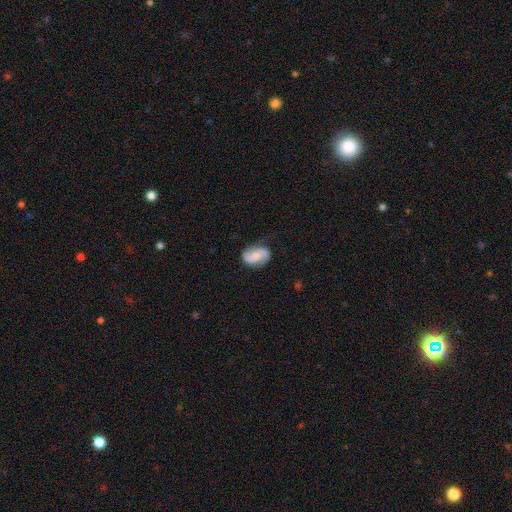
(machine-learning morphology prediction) Smooth or featured?
  - featured or disk: 73% *
  - smooth: 20%
  - star or artifact: 6%
Edge-on disk?
  - no: 98% *
  - yes: 2%
Bar?
  - no: 48% *
  - weak: 38%
  - strong: 14%
Spiral arms?
  - yes: 95% *
  - no: 5%
Spiral winding?
  - loose: 42% *
  - medium: 41%
  - tight: 17%
Spiral arm count?
  - 2: 89% *
  - can't tell: 4%
  - 1: 3%
  - 3: 2%
  - 4: 1%
  - more than 4: 1%
Bulge size?
  - small: 36% *
  - moderate: 32%
  - none: 23%
  - large: 6%
  - dominant: 2%
Merging?
  - none: 64% *
  - minor disturbance: 24%
  - major disturbance: 10%
  - merger: 2%